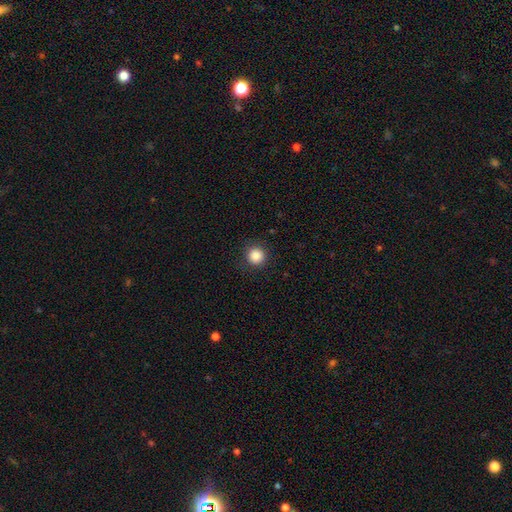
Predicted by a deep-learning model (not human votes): This is clearly a smooth galaxy (87%). How rounded: clearly round (95%). Merging: clearly none (90%).